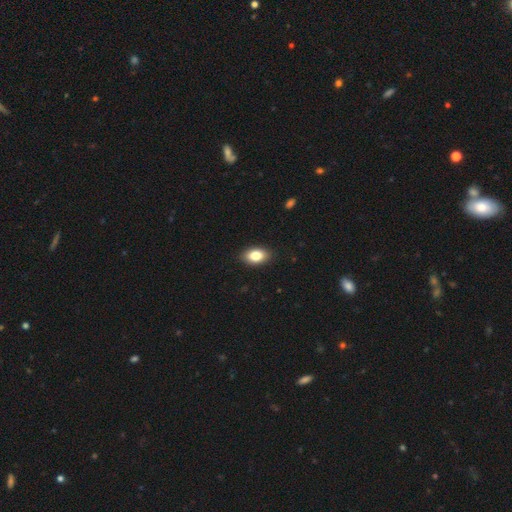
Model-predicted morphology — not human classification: Smooth or featured? Predicted: smooth (p=0.83). How rounded? Predicted: in between (p=0.89). Merging? Predicted: none (p=0.89).